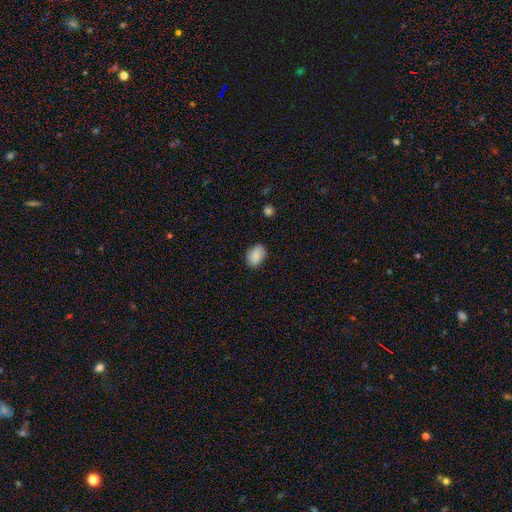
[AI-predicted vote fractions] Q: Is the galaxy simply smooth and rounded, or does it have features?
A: smooth — 87%.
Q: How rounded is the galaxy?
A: in between — 74%.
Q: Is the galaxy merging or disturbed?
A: none — 76%.